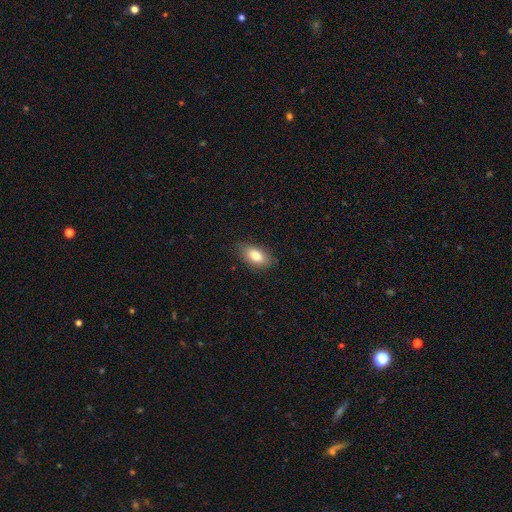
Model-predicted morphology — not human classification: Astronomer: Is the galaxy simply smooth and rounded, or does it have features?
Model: smooth — 81%.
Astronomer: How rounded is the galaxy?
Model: in between — 91%.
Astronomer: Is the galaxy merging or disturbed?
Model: none — 83%.